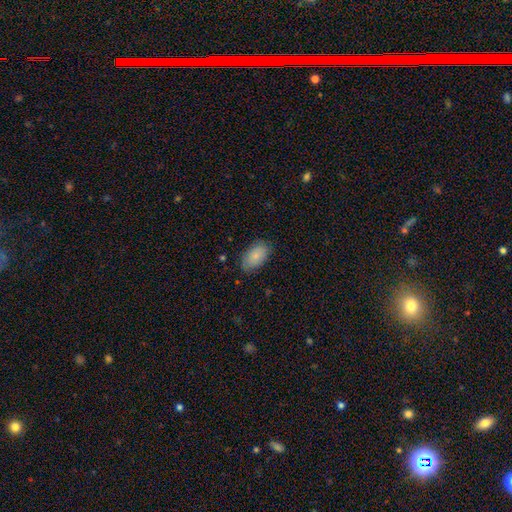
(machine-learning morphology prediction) Smooth or featured? Predicted: smooth (p=0.85). How rounded? Predicted: in between (p=0.94). Merging? Predicted: none (p=0.81).